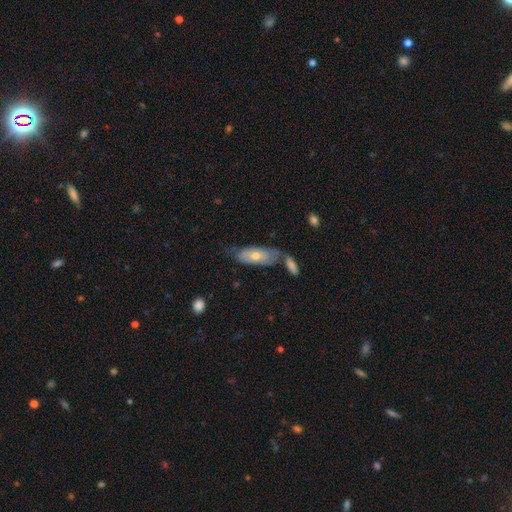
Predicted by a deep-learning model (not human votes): smooth-or-featured: smooth: 52% | featured or disk: 41% | star or artifact: 6%
  how-rounded: in between: 77% | cigar-shaped: 20% | round: 3%
  merging: none: 48% | minor disturbance: 23% | merger: 21% | major disturbance: 9%